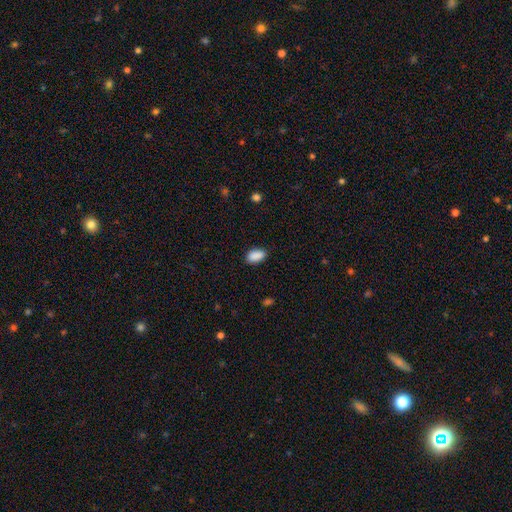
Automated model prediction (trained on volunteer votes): A smooth galaxy with no disk features (90%) that is in between round and cigar-shaped (92%).

Vote fractions:
- Smooth or featured? smooth: 90% / star or artifact: 7% / featured or disk: 3%
- How rounded? in between: 92% / round: 5% / cigar-shaped: 2%
- Merging? none: 85% / minor disturbance: 11% / major disturbance: 2% / merger: 1%